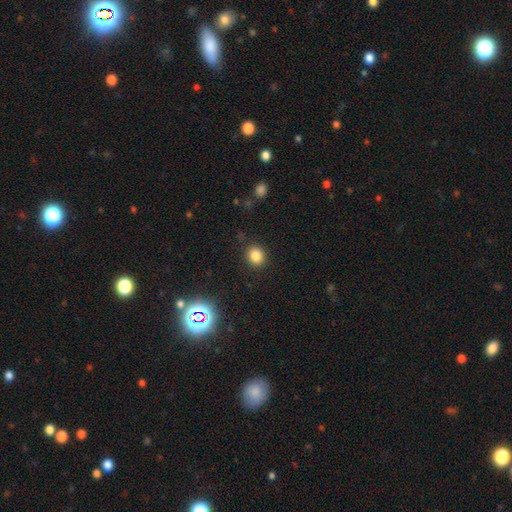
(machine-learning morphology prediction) A smooth galaxy with no disk features (83%) that is round (71%).

Vote fractions:
- Smooth or featured? smooth: 83% / star or artifact: 12% / featured or disk: 5%
- How rounded? round: 71% / in between: 28% / cigar-shaped: 1%
- Merging? none: 88% / minor disturbance: 7% / major disturbance: 3% / merger: 1%